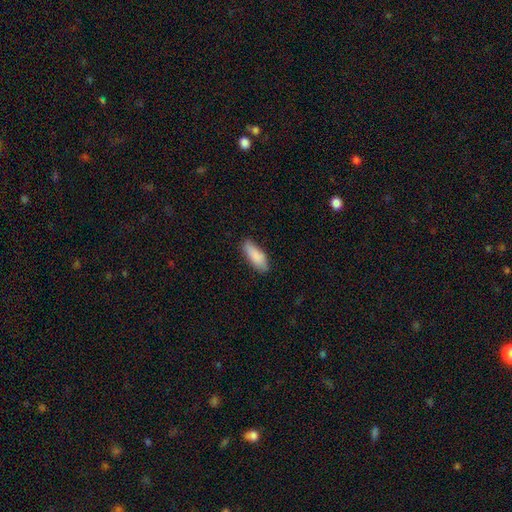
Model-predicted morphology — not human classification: smooth-or-featured: smooth: 87% | featured or disk: 7% | star or artifact: 6%
  how-rounded: in between: 67% | cigar-shaped: 31% | round: 2%
  merging: none: 80% | minor disturbance: 16% | major disturbance: 3% | merger: 1%